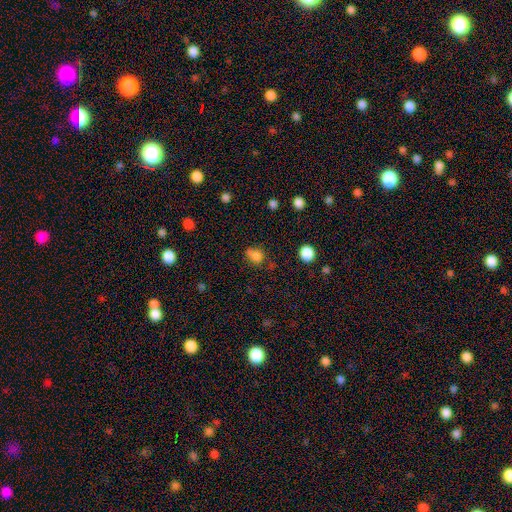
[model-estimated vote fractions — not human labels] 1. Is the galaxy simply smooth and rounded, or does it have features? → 78% smooth, 15% star or artifact, 8% featured or disk.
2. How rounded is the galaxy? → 62% round, 36% in between, 1% cigar-shaped.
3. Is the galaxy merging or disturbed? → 50% none, 22% minor disturbance, 19% merger, 9% major disturbance.